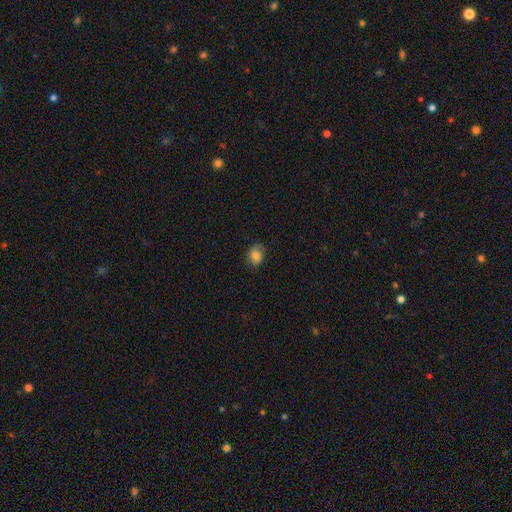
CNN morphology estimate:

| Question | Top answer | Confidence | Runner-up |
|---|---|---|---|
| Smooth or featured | smooth | 81% | star or artifact (10%) |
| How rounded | in between | 62% | round (37%) |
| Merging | none | 75% | minor disturbance (20%) |